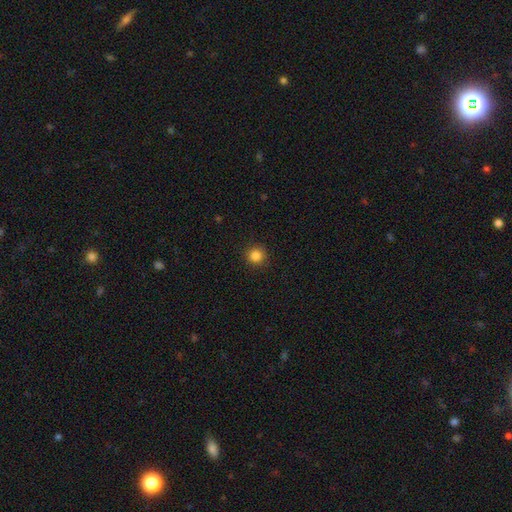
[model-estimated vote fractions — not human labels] The model was most divided on "smooth or featured": smooth: 84%, star or artifact: 12%, featured or disk: 4%. More confident: how rounded — round (94%); merging — none (92%).